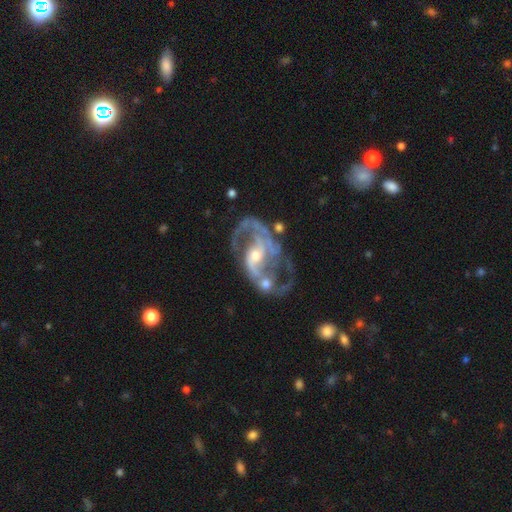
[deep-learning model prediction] Smooth or featured?
  - featured or disk: 90% *
  - star or artifact: 5%
  - smooth: 5%
Edge-on disk?
  - no: 97% *
  - yes: 3%
Bar?
  - no: 40% *
  - weak: 38%
  - strong: 22%
Spiral arms?
  - yes: 95% *
  - no: 5%
Spiral winding?
  - medium: 51% *
  - loose: 27%
  - tight: 21%
Spiral arm count?
  - 2: 70% *
  - 3: 10%
  - can't tell: 10%
  - 1: 4%
  - 4: 3%
  - more than 4: 3%
Bulge size?
  - moderate: 52% *
  - small: 43%
  - large: 3%
  - none: 1%
  - dominant: 1%
Merging?
  - none: 35% *
  - major disturbance: 26%
  - merger: 20%
  - minor disturbance: 19%